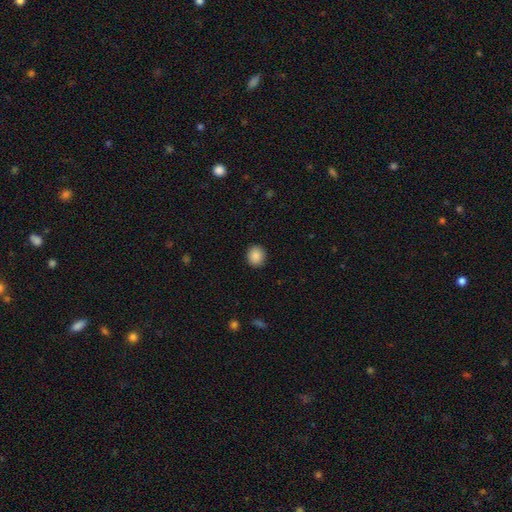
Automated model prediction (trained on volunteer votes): This is clearly a smooth galaxy (88%). How rounded: likely round (76%). Merging: clearly none (91%).